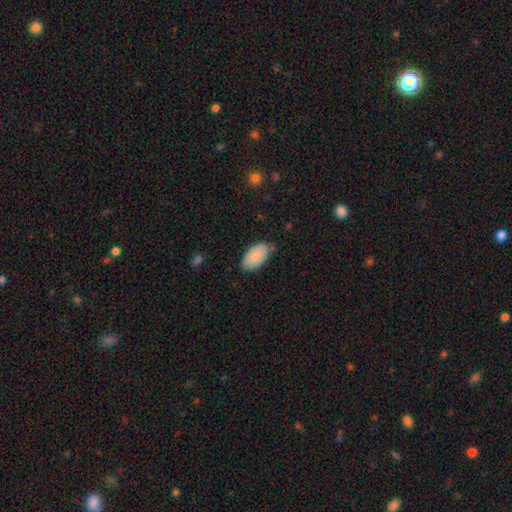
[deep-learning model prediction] The model was most divided on "merging": none: 76%, minor disturbance: 20%, major disturbance: 3%, merger: 2%. More confident: how rounded — in between (95%); smooth or featured — smooth (85%).